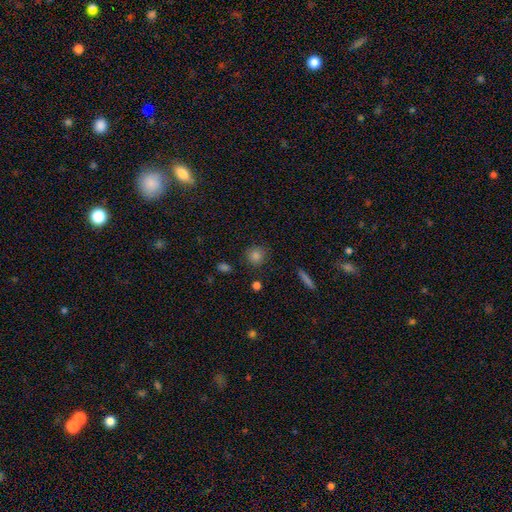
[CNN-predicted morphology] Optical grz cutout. It shows a smooth galaxy with no disk features (82%) that is round (87%). Merging: none (84%).